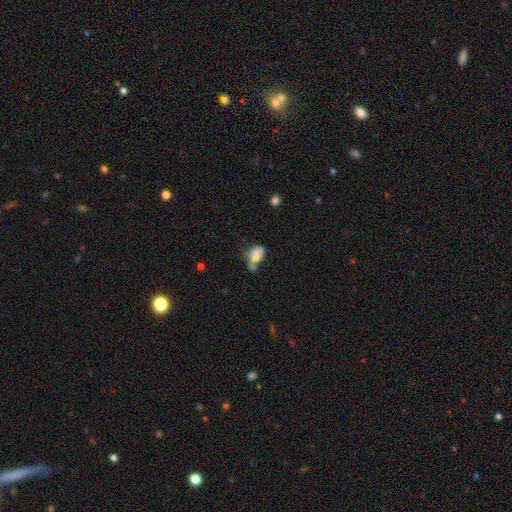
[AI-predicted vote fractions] A smooth galaxy with no disk features (52%) that is in between round and cigar-shaped (75%). Merging: merger (51%).